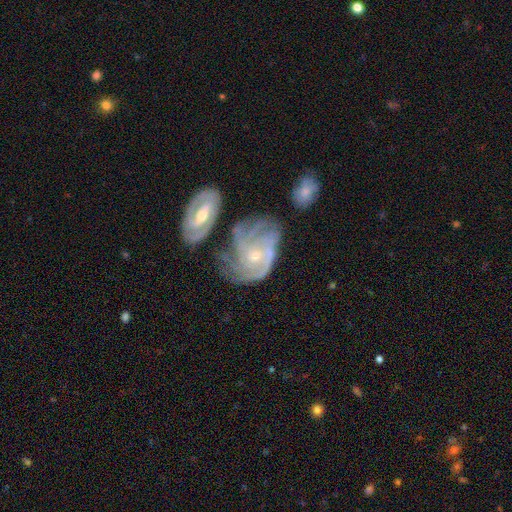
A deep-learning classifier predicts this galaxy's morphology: smooth_or_featured: featured or disk (p=0.82) [alt: smooth p=0.11]
disk_edge_on: no (p=0.97) [alt: yes p=0.03]
bar: no (p=0.72) [alt: weak p=0.23]
has_spiral_arms: yes (p=0.91) [alt: no p=0.09]
spiral_winding: tight (p=0.52) [alt: medium p=0.35]
spiral_arm_count: can't tell (p=0.29) [alt: 3 p=0.23]
bulge_size: small (p=0.68) [alt: moderate p=0.27]
merging: none (p=0.34) [alt: merger p=0.24]